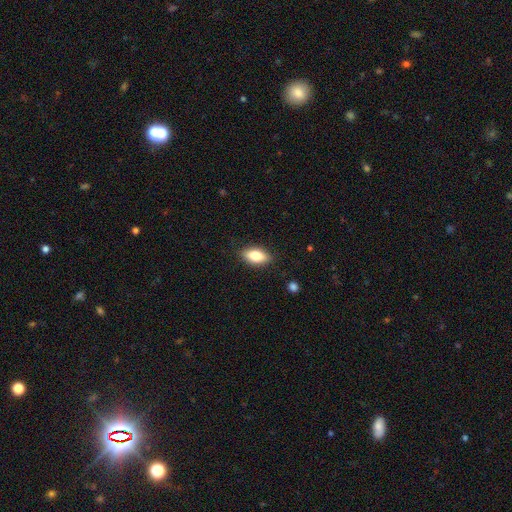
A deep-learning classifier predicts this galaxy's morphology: Q: Smooth or featured?
A: smooth (79%); runner-up: featured or disk (14%)
Q: How rounded?
A: in between (88%); runner-up: cigar-shaped (8%)
Q: Merging?
A: none (86%); runner-up: minor disturbance (11%)